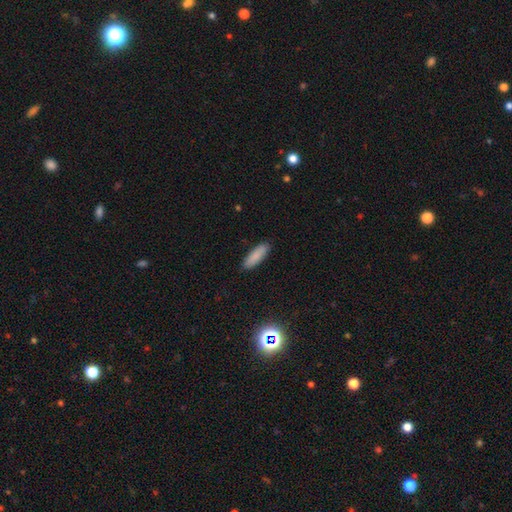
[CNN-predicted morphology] type=smooth (88%); roundness=in between (51%); merging=none (89%).